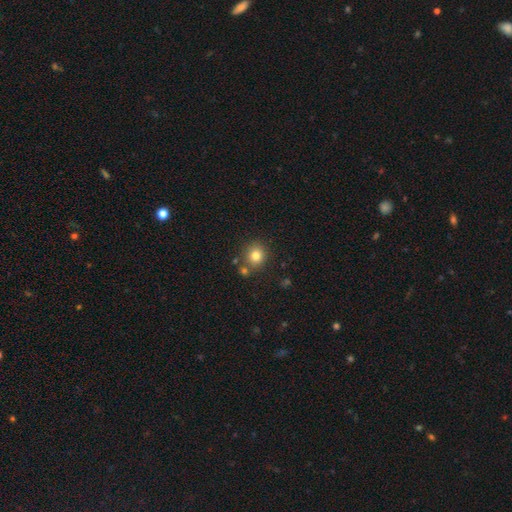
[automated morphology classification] A smooth galaxy with no disk features (80%) that is round (84%). Merging: none (78%).